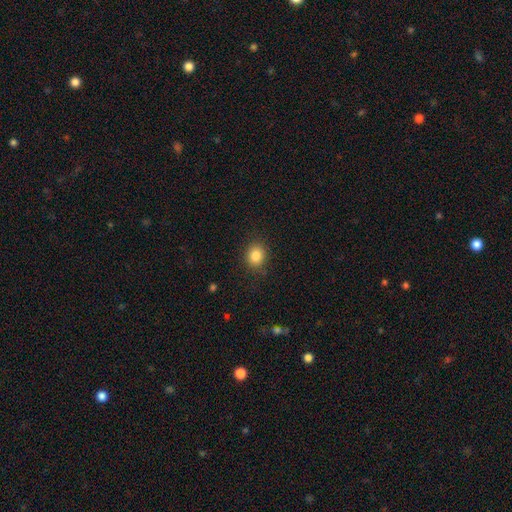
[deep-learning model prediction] smooth_or_featured: smooth (p=0.85) [alt: star or artifact p=0.10]
how_rounded: round (p=0.69) [alt: in between p=0.30]
merging: none (p=0.86) [alt: minor disturbance p=0.10]